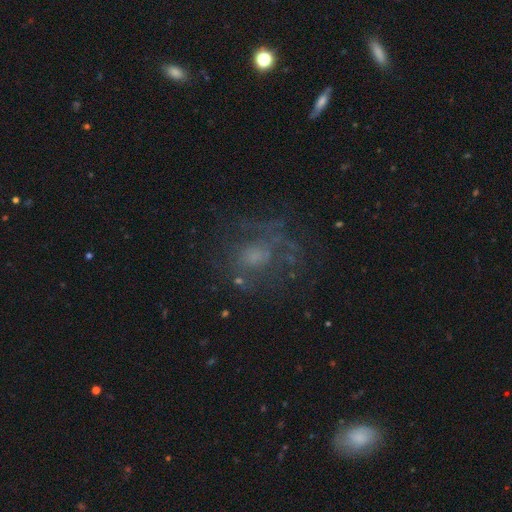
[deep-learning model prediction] smooth-or-featured: featured or disk: 52% | smooth: 28% | star or artifact: 20%
  disk-edge-on: no: 96% | yes: 4%
    bar: no: 82% | weak: 15% | strong: 3%
    has-spiral-arms: no: 57% | yes: 43%
    bulge-size: moderate: 34% | small: 31% | none: 25% | large: 8% | dominant: 2%
  merging: none: 61% | major disturbance: 20% | minor disturbance: 17% | merger: 3%